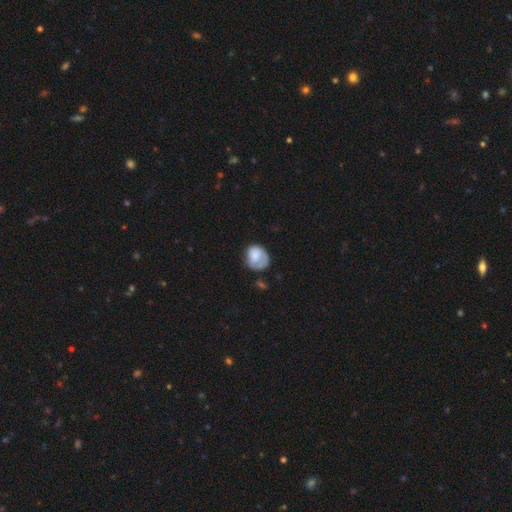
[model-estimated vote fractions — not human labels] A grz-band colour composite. It shows a smooth galaxy with no disk features (71%) that is round (60%). Merging: none (43%).